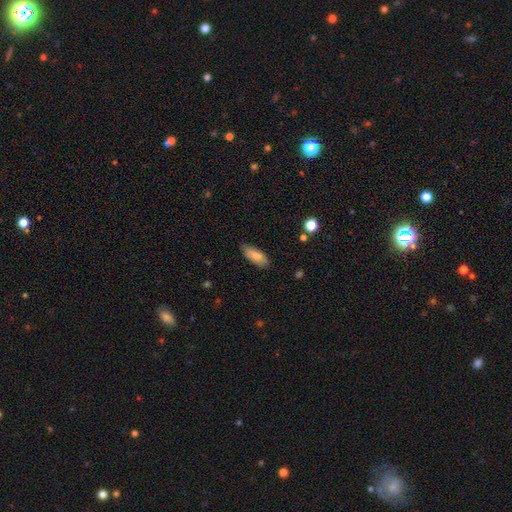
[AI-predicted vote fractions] Q: Smooth or featured?
A: smooth (80%); runner-up: featured or disk (14%)
Q: How rounded?
A: in between (77%); runner-up: cigar-shaped (21%)
Q: Merging?
A: none (81%); runner-up: minor disturbance (15%)